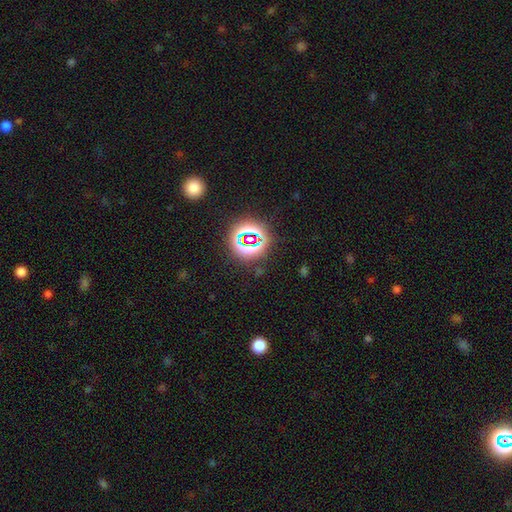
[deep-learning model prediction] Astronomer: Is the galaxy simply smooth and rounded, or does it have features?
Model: star or artifact — 75%.